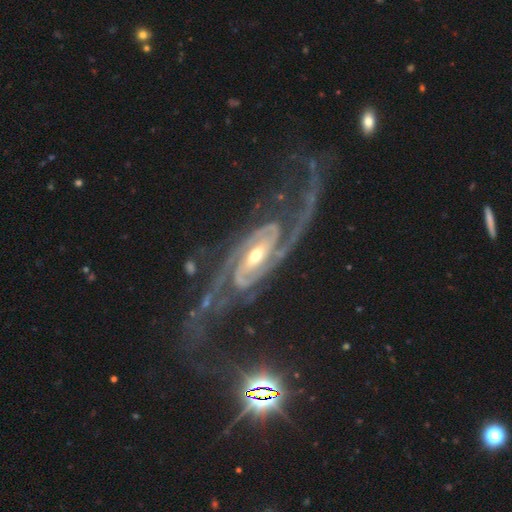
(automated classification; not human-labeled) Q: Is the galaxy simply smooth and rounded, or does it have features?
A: featured or disk — 93%.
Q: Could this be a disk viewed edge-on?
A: no — 96%.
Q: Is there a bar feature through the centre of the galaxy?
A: strong — 40%.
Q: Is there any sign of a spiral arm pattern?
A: yes — 99%.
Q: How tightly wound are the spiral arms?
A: medium — 47%.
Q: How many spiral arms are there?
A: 2 — 83%.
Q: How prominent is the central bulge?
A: moderate — 54%.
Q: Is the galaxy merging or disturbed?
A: none — 61%.